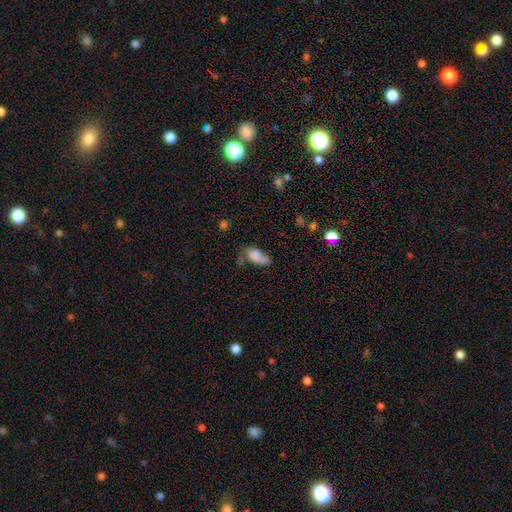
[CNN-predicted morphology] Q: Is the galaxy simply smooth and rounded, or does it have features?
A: smooth — 69%.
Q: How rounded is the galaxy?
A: in between — 87%.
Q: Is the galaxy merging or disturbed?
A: none — 31%.